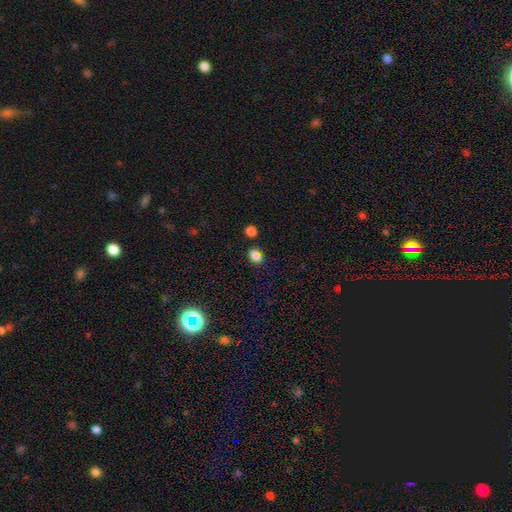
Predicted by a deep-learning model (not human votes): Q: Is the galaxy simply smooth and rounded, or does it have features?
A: smooth — 78%.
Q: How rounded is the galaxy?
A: round — 61%.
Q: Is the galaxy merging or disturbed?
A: none — 69%.